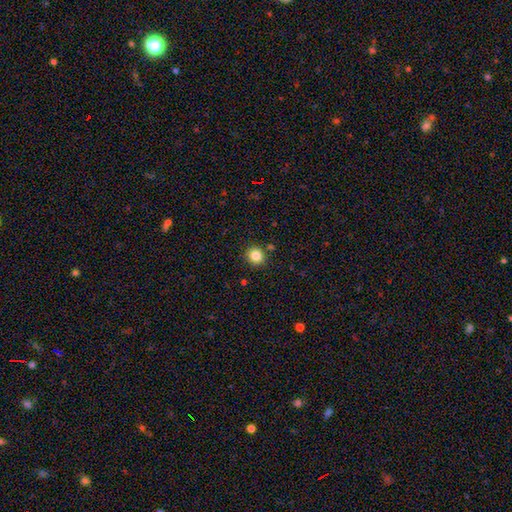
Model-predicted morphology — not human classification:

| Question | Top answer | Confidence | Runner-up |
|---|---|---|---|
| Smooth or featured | smooth | 84% | star or artifact (11%) |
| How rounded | round | 88% | in between (11%) |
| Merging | none | 89% | minor disturbance (6%) |